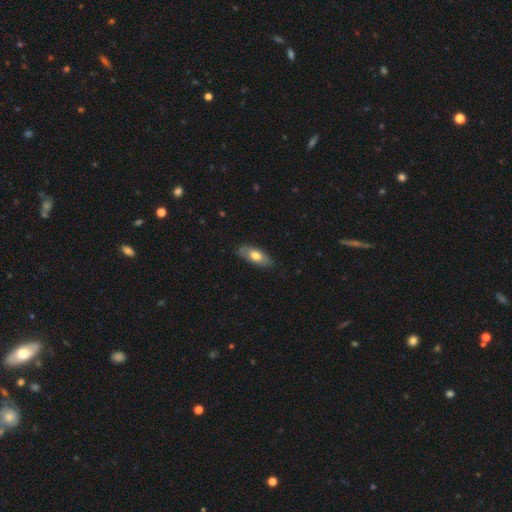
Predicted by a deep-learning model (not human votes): This is likely a smooth galaxy (64%). How rounded: clearly in between (84%). Merging: clearly none (80%).